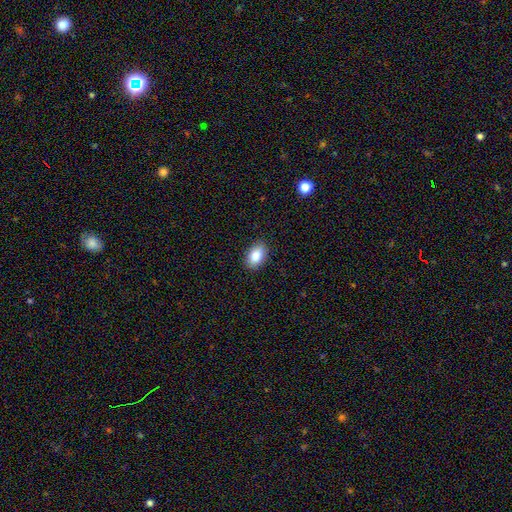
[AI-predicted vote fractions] smooth-or-featured: smooth: 86% | star or artifact: 7% | featured or disk: 6%
  how-rounded: in between: 91% | round: 8% | cigar-shaped: 1%
  merging: none: 89% | minor disturbance: 8% | major disturbance: 2% | merger: 1%